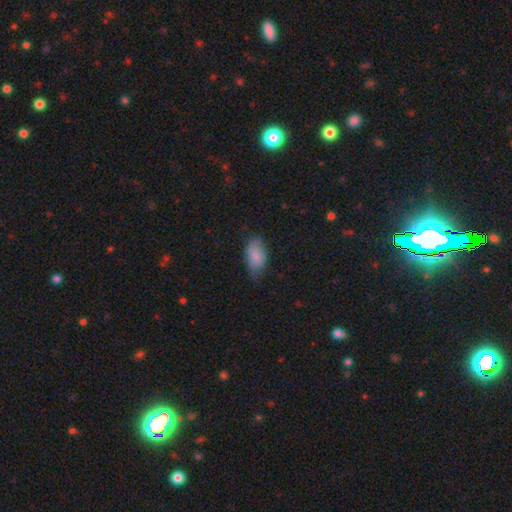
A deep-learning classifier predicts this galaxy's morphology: Smooth or featured: smooth — 85% (featured or disk — 9%)
How rounded: in between — 93% (cigar-shaped — 4%)
Merging: none — 65% (minor disturbance — 28%)